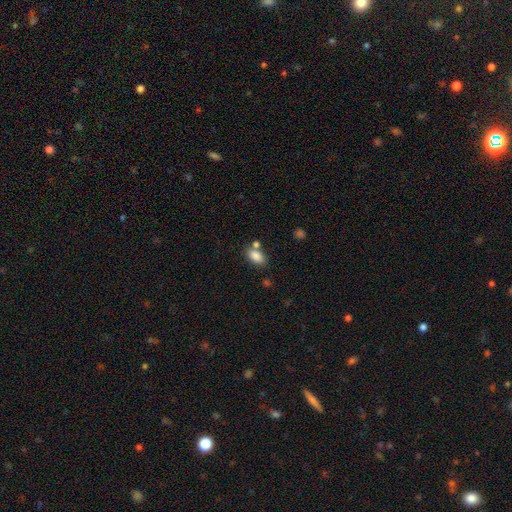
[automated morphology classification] This is clearly a smooth galaxy (85%). How rounded: clearly in between (89%). Merging: likely none (65%).